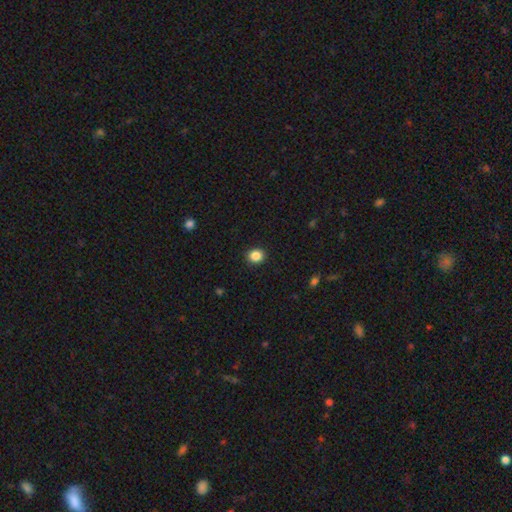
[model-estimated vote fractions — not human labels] Smooth or featured? Predicted: smooth (p=0.86). How rounded? Predicted: round (p=0.77). Merging? Predicted: none (p=0.91).